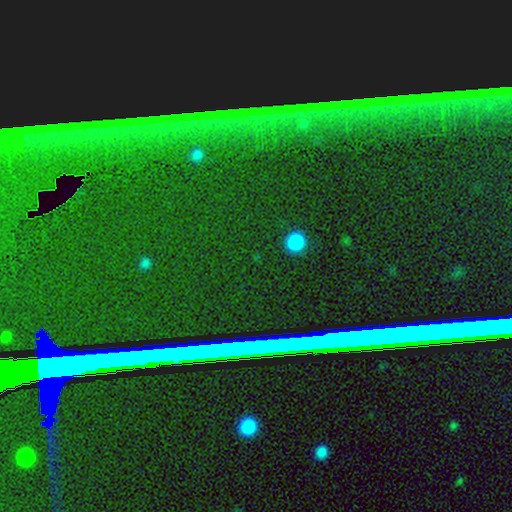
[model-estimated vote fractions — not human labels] star or artifact 82%, featured or disk 10%, smooth 8%.